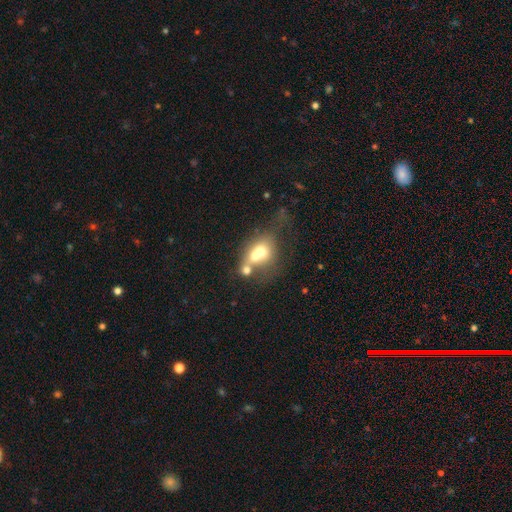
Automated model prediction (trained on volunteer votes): A smooth galaxy with no disk features (57%) that is in between round and cigar-shaped (51%).

Vote fractions:
- Smooth or featured? smooth: 57% / featured or disk: 31% / star or artifact: 12%
- How rounded? in between: 51% / round: 46% / cigar-shaped: 3%
- Merging? merger: 62% / none: 21% / major disturbance: 9% / minor disturbance: 9%